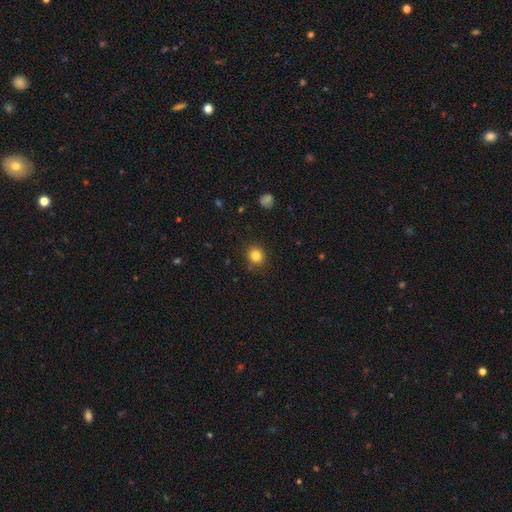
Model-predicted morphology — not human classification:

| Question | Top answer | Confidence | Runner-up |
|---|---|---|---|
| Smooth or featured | smooth | 83% | star or artifact (11%) |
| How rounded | round | 83% | in between (16%) |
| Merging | none | 88% | minor disturbance (8%) |